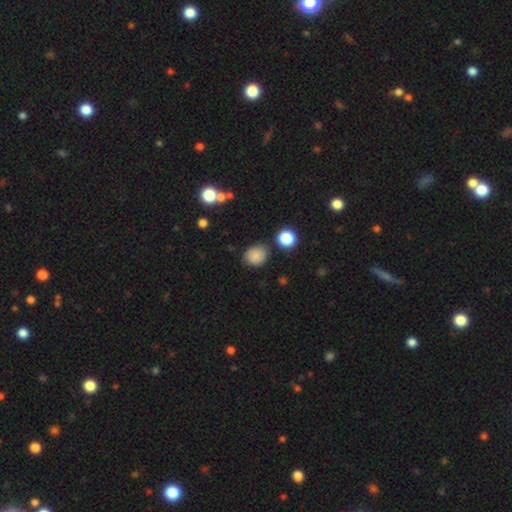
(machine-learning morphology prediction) smooth_or_featured: smooth (p=0.84) [alt: star or artifact p=0.11]
how_rounded: round (p=0.70) [alt: in between p=0.29]
merging: none (p=0.76) [alt: minor disturbance p=0.17]